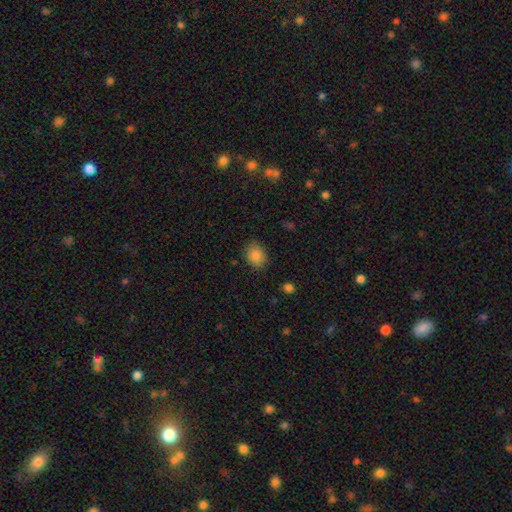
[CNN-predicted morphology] The model was most divided on "how rounded": in between: 55%, round: 44%, cigar-shaped: 1%. More confident: smooth or featured — smooth (86%); merging — none (82%).